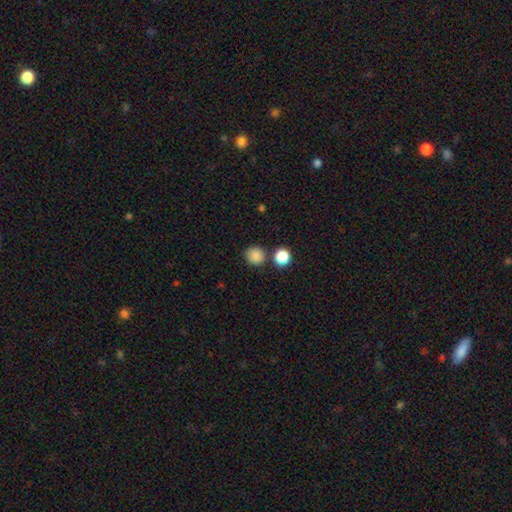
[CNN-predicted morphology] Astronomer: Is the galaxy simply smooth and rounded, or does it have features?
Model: smooth — 85%.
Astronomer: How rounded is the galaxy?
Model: round — 90%.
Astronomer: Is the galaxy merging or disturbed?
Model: none — 80%.